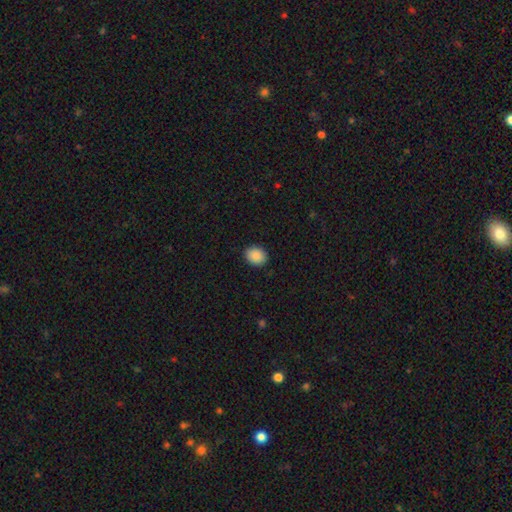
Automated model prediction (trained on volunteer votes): Q: Smooth or featured?
A: smooth (89%); runner-up: star or artifact (8%)
Q: How rounded?
A: in between (55%); runner-up: round (44%)
Q: Merging?
A: none (90%); runner-up: minor disturbance (7%)